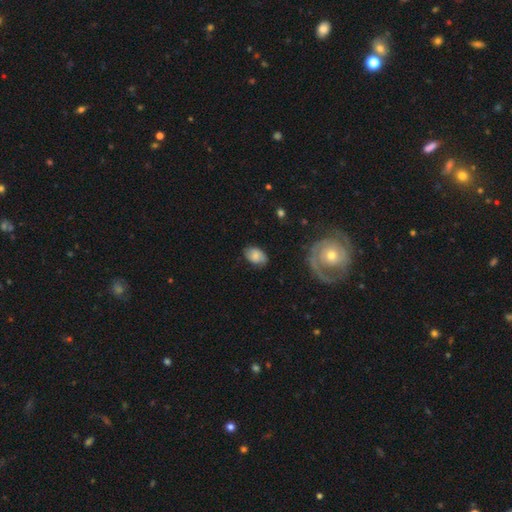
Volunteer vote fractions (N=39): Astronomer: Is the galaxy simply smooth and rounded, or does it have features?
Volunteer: smooth — 69%.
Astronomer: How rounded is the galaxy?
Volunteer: in between — 93%.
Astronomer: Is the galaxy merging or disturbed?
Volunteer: none — 87%.